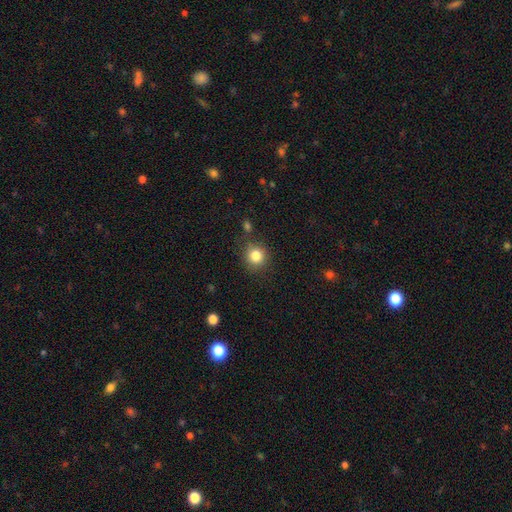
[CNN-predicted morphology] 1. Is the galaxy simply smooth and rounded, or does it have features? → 83% smooth, 11% star or artifact, 6% featured or disk.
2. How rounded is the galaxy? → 90% round, 10% in between, 1% cigar-shaped.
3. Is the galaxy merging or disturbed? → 82% none, 11% minor disturbance, 4% merger, 3% major disturbance.